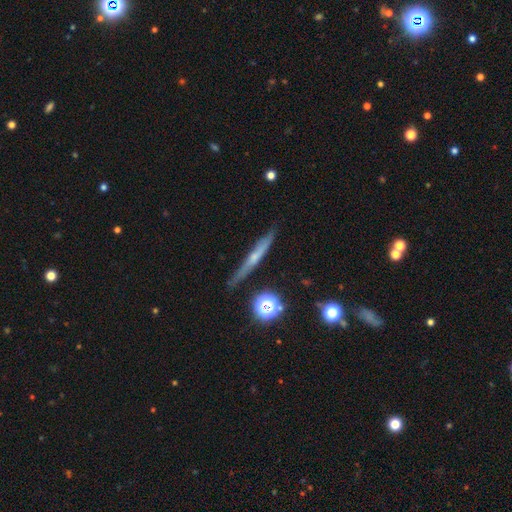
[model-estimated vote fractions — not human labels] The model was most divided on "edge-on bulge": none: 51%, rounded: 43%, boxy: 6%. More confident: edge-on disk — yes (94%); merging — none (87%); smooth or featured — featured or disk (55%).